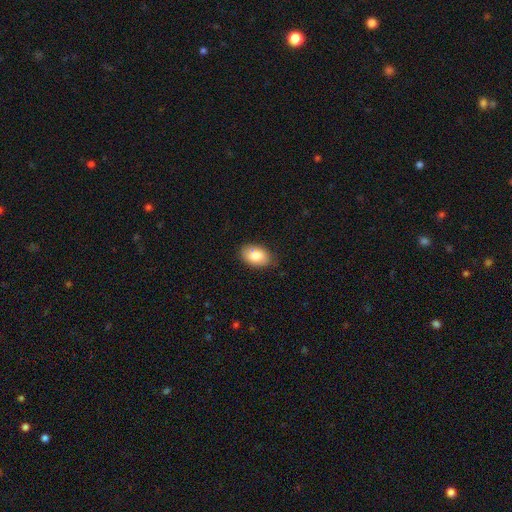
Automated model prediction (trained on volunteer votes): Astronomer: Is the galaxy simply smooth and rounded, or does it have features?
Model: smooth — 85%.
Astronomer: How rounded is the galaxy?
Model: in between — 90%.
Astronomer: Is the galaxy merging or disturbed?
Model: none — 82%.